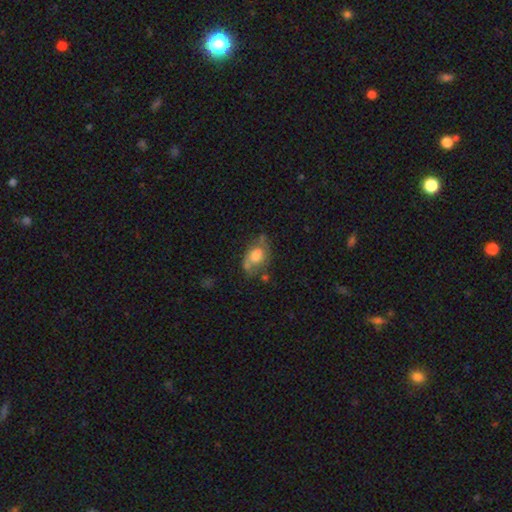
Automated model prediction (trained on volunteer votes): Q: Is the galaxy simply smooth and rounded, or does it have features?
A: smooth — 51%.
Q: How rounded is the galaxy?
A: in between — 74%.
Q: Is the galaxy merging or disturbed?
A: none — 42%.